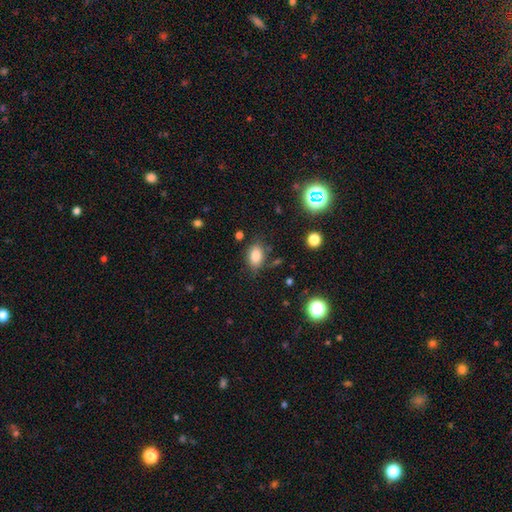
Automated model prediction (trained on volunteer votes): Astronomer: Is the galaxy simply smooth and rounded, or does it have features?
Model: smooth — 84%.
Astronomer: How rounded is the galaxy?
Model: in between — 84%.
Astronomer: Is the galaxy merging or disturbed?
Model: none — 75%.